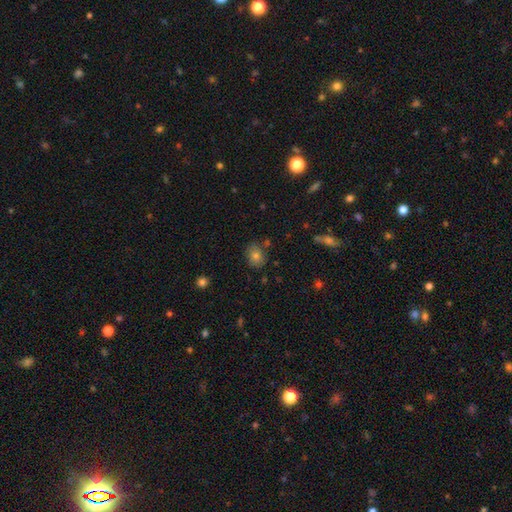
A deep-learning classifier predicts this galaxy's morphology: A smooth galaxy with no disk features (77%) that is round (55%).

Vote fractions:
- Smooth or featured? smooth: 77% / star or artifact: 12% / featured or disk: 10%
- How rounded? round: 55% / in between: 44% / cigar-shaped: 1%
- Merging? none: 77% / minor disturbance: 15% / merger: 5% / major disturbance: 3%